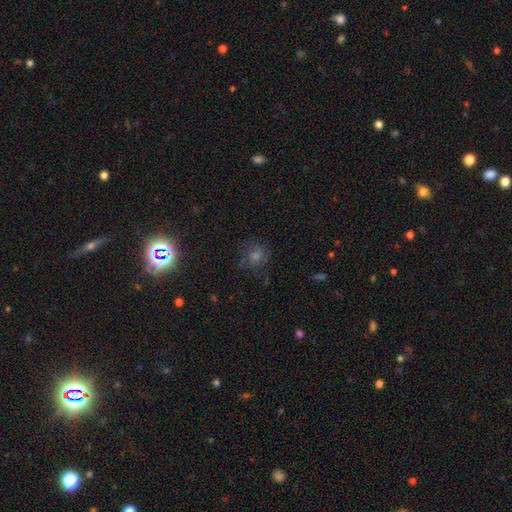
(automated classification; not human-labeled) Smooth or featured? Predicted: star or artifact (p=0.45).